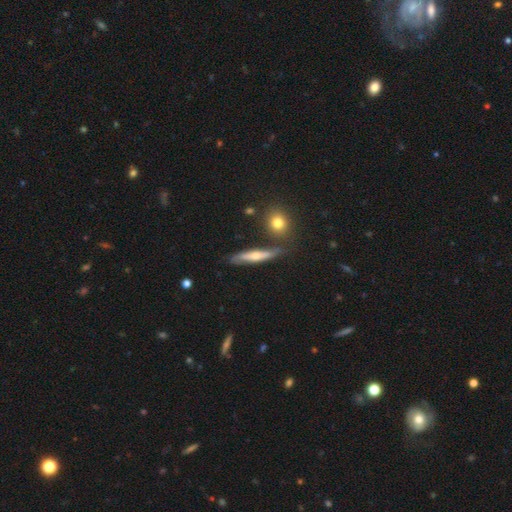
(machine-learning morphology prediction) Smooth or featured? featured or disk (54%)
Edge-on disk? yes (78%)
Merging? none (73%)